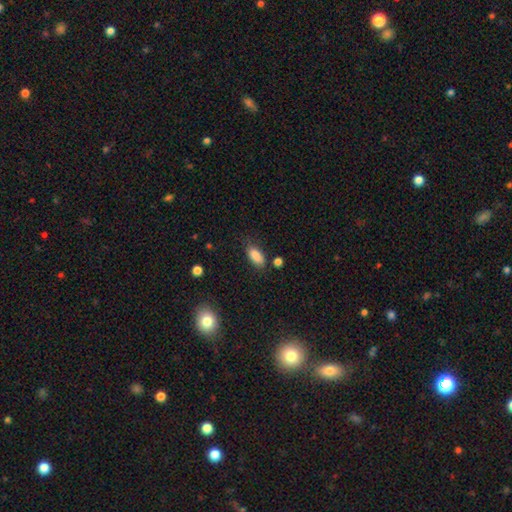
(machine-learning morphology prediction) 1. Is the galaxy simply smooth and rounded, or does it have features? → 87% smooth, 8% star or artifact, 6% featured or disk.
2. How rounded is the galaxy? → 86% in between, 11% cigar-shaped, 3% round.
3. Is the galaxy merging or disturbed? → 73% none, 19% minor disturbance, 4% major disturbance, 4% merger.